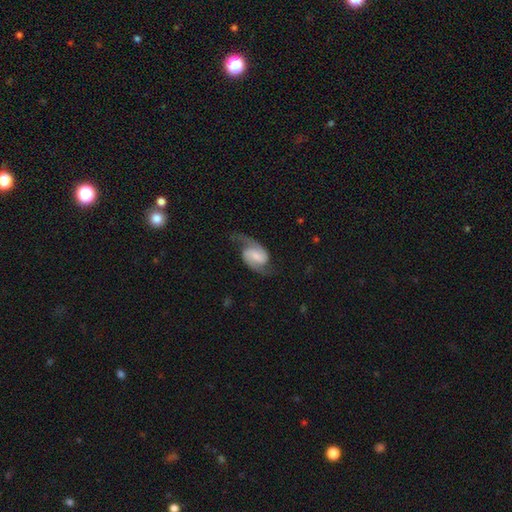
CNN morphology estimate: type=featured or disk (86%); edge-on=no (98%); bar=weak (47%); spiral arms=yes (97%); winding=medium (48%); arm count=2 (93%); bulge=small (34%); merging=none (71%).